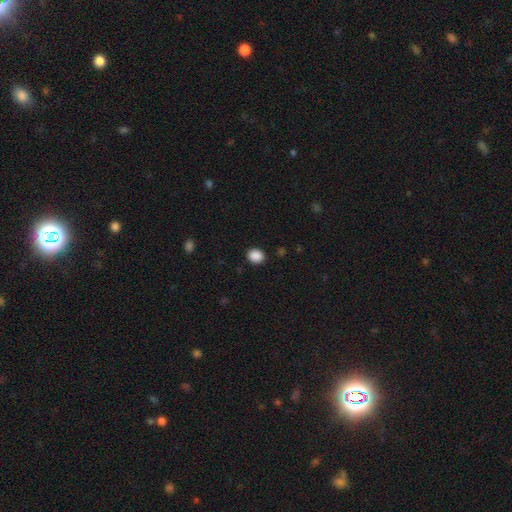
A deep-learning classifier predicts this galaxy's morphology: Overall: smooth (89%). How rounded: round (67%; in between 32%). Merging: none (90%).